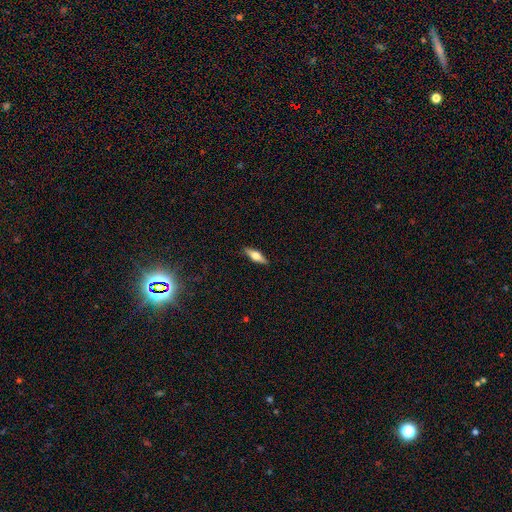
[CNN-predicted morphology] Smooth or featured? smooth (49%)
Merging? none (90%)